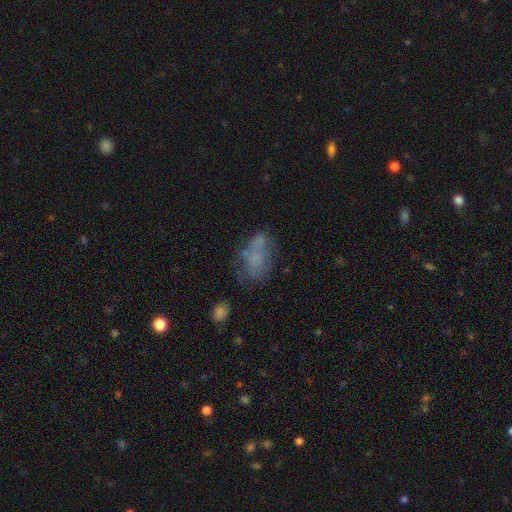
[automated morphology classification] A smooth galaxy with no disk features (57%) that is in between round and cigar-shaped (87%). Merging: none (44%).